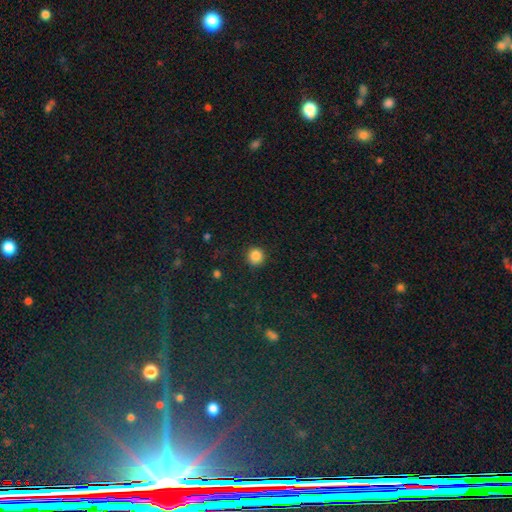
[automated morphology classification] Overall: smooth (85%). How rounded: round (93%). Merging: none (90%).